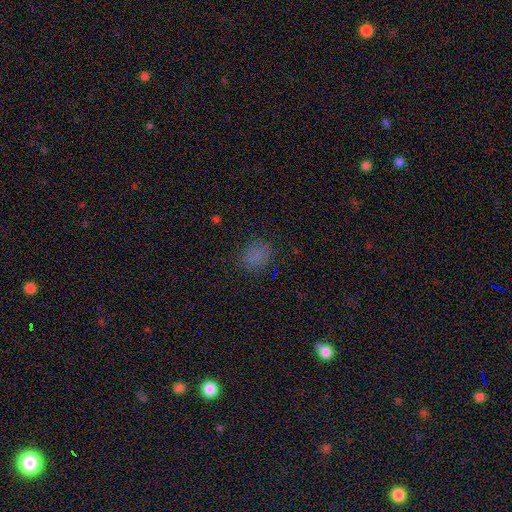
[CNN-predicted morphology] Smooth or featured? Predicted: smooth (p=0.76). How rounded? Predicted: round (p=0.52). Merging? Predicted: none (p=0.79).